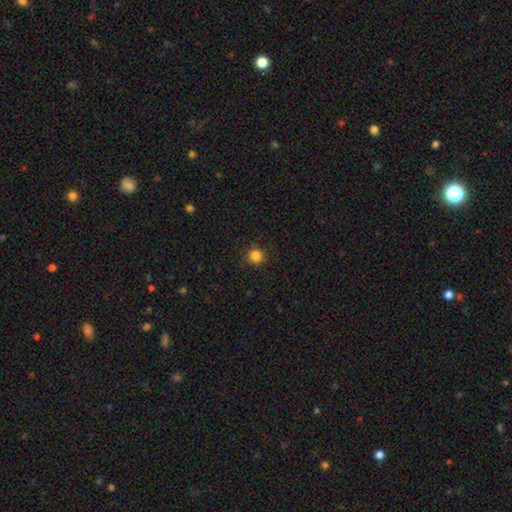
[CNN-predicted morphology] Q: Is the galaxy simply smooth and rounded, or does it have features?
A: smooth — 84%.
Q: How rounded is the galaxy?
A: round — 92%.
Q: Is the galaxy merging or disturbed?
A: none — 87%.